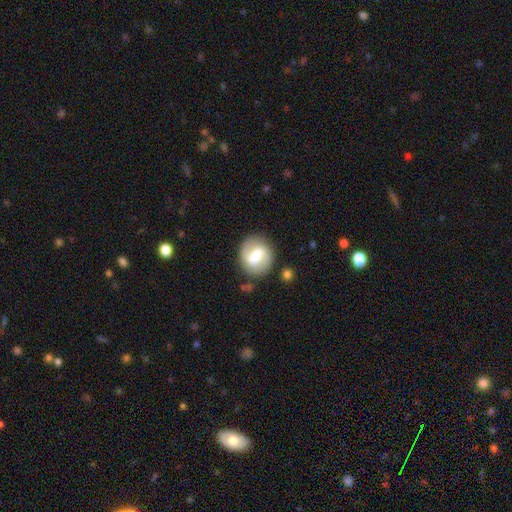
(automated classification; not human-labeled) Smooth or featured?
  - featured or disk: 56% *
  - smooth: 37%
  - star or artifact: 6%
Edge-on disk?
  - no: 96% *
  - yes: 4%
Bar?
  - weak: 44% *
  - strong: 42%
  - no: 14%
Spiral arms?
  - yes: 72% *
  - no: 28%
Bulge size?
  - moderate: 48% *
  - large: 27%
  - small: 16%
  - none: 5%
  - dominant: 4%
Merging?
  - none: 79% *
  - minor disturbance: 13%
  - major disturbance: 5%
  - merger: 3%